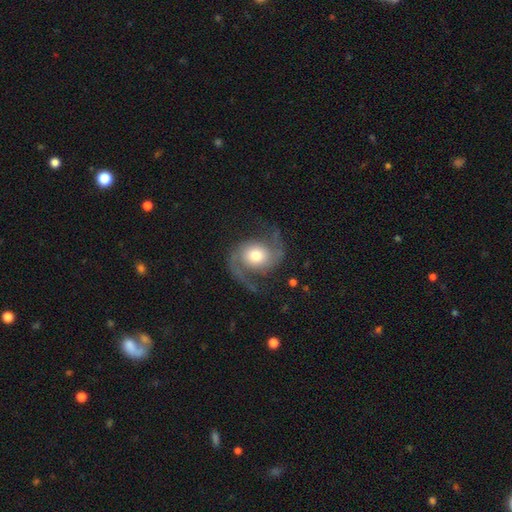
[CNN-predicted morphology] The model was most divided on "spiral winding": medium: 45%, loose: 43%, tight: 12%. More confident: edge-on disk — no (98%); spiral arms — yes (97%); spiral arm count — 2 (93%); smooth or featured — featured or disk (88%); merging — none (71%); bar — no (70%); bulge size — moderate (62%).